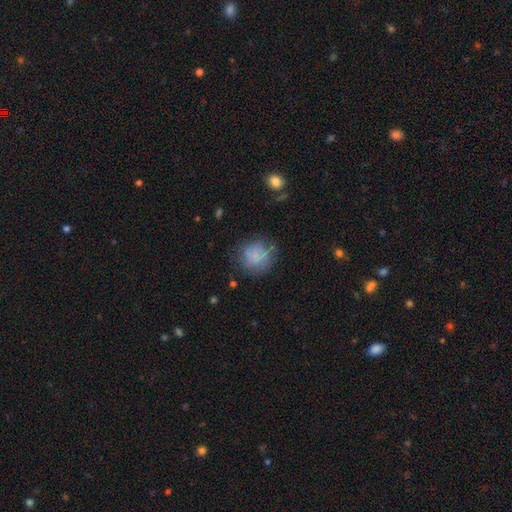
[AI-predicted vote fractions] Morphology: type=smooth (69%); roundness=round (87%); merging=none (65%).